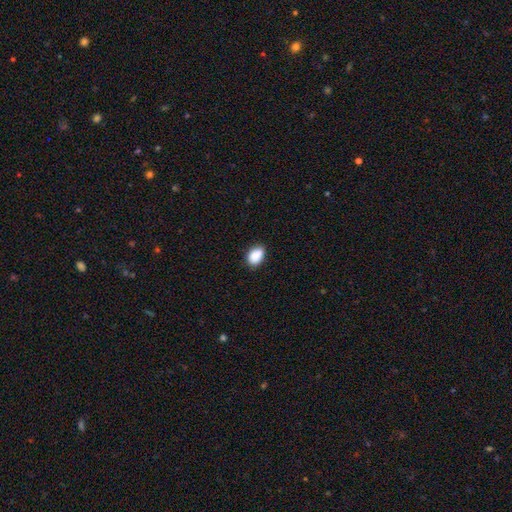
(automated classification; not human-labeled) smooth-or-featured: smooth: 89% | star or artifact: 8% | featured or disk: 3%
  how-rounded: in between: 85% | round: 14% | cigar-shaped: 1%
  merging: none: 82% | minor disturbance: 15% | major disturbance: 2% | merger: 1%